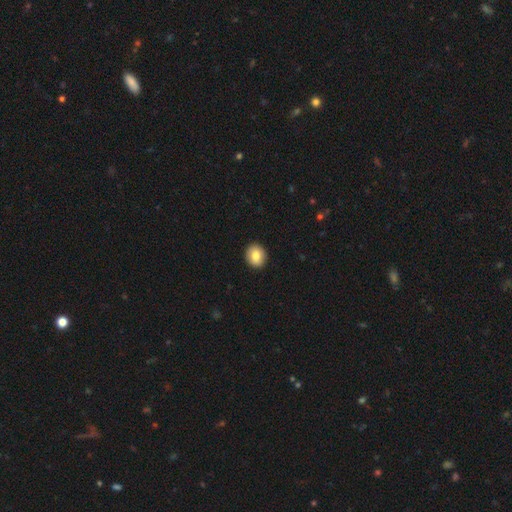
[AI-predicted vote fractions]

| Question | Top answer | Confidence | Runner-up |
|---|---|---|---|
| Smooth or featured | smooth | 81% | featured or disk (11%) |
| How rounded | round | 71% | in between (28%) |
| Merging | none | 92% | minor disturbance (5%) |